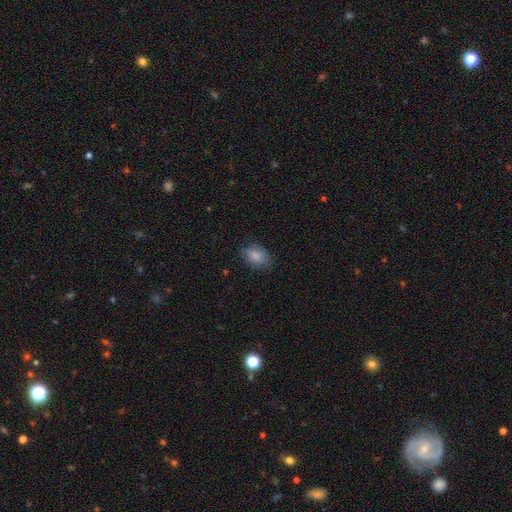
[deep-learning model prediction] A smooth galaxy with no disk features (86%) that is in between round and cigar-shaped (84%).

Vote fractions:
- Smooth or featured? smooth: 86% / star or artifact: 7% / featured or disk: 7%
- How rounded? in between: 84% / round: 15% / cigar-shaped: 1%
- Merging? none: 79% / minor disturbance: 16% / major disturbance: 4% / merger: 1%